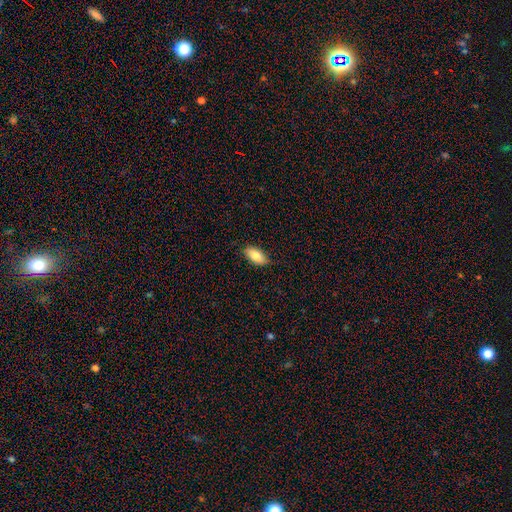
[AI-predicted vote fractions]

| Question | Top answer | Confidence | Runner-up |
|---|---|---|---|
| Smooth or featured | smooth | 82% | featured or disk (11%) |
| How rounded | in between | 91% | cigar-shaped (6%) |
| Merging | none | 82% | minor disturbance (14%) |